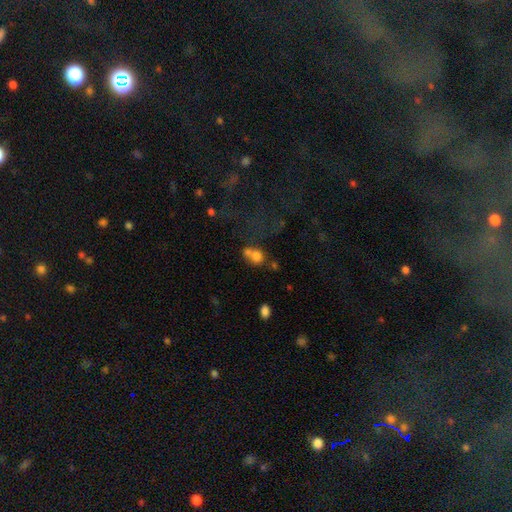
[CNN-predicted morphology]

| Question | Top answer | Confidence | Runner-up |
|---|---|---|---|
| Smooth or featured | smooth | 72% | featured or disk (14%) |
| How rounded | round | 59% | in between (39%) |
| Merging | merger | 51% | none (30%) |